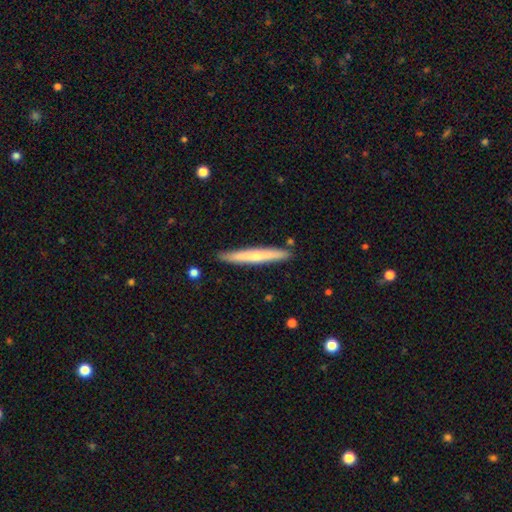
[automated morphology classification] Q: Smooth or featured?
A: smooth (54%); runner-up: featured or disk (41%)
Q: How rounded?
A: cigar-shaped (96%); runner-up: in between (3%)
Q: Merging?
A: none (89%); runner-up: minor disturbance (8%)